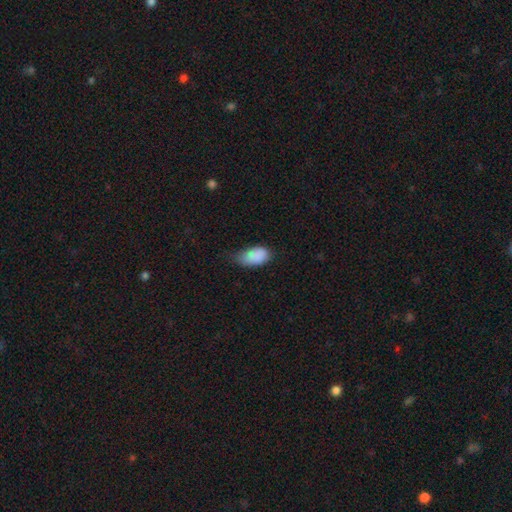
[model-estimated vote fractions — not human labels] A smooth galaxy with no disk features (87%) that is in between round and cigar-shaped (93%). Merging: minor disturbance (49%).